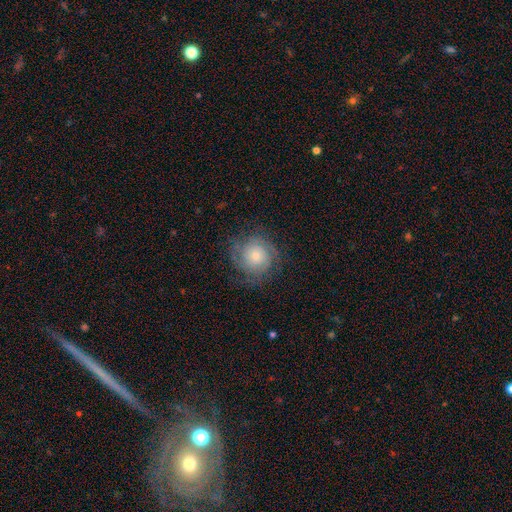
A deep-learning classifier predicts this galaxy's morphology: This appears to be a featured or disk galaxy (51%). Merging: none (72%).